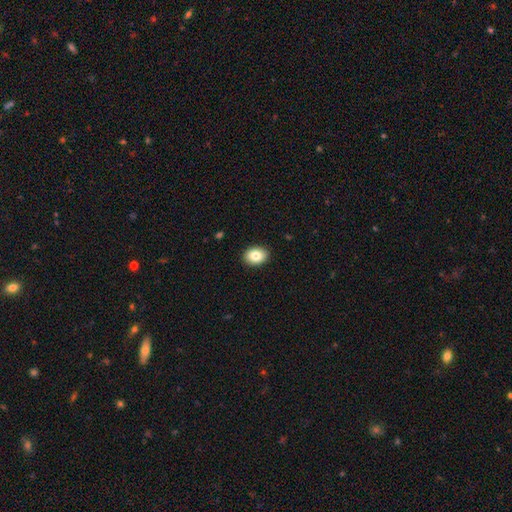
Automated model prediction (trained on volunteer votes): Morphology: type=smooth (83%); roundness=in between (65%); merging=none (90%).